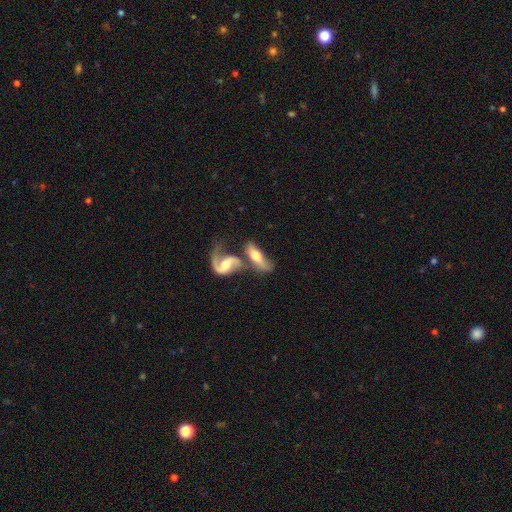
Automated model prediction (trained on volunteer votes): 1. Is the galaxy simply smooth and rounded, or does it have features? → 57% featured or disk, 37% smooth, 6% star or artifact.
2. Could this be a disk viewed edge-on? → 77% no, 23% yes.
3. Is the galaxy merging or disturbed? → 63% merger, 19% none, 9% minor disturbance, 9% major disturbance.